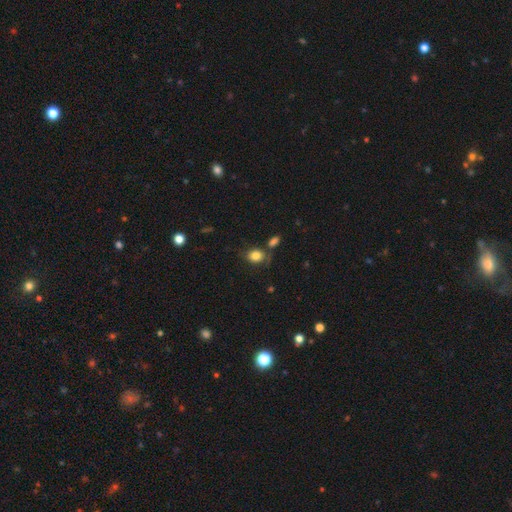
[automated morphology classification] A smooth galaxy with no disk features (82%) that is in between round and cigar-shaped (50%).

Vote fractions:
- Smooth or featured? smooth: 82% / star or artifact: 9% / featured or disk: 9%
- How rounded? in between: 50% / round: 49% / cigar-shaped: 1%
- Merging? none: 60% / minor disturbance: 18% / merger: 14% / major disturbance: 8%